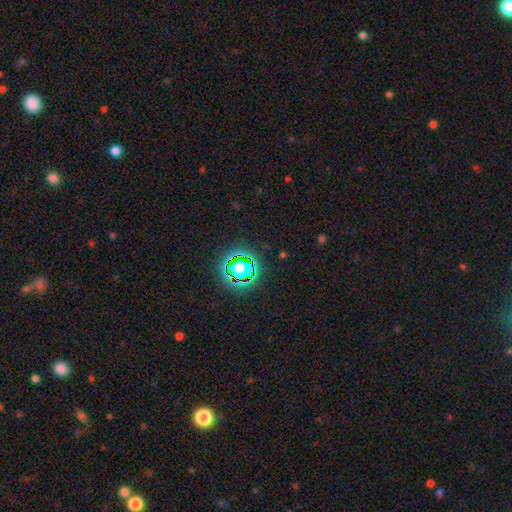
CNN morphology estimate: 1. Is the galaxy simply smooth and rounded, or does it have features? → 79% star or artifact, 14% smooth, 7% featured or disk.